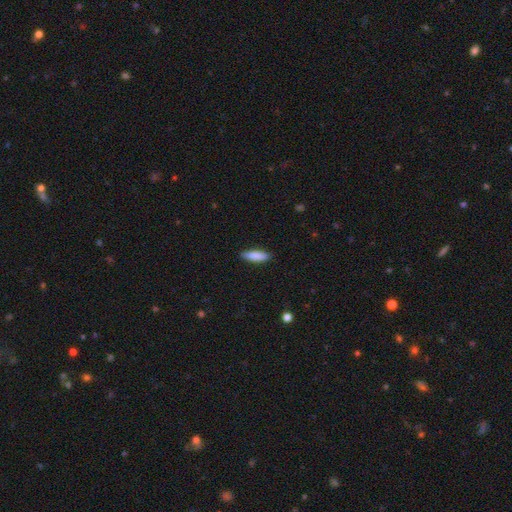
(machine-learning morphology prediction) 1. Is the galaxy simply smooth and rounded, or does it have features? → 85% smooth, 9% featured or disk, 6% star or artifact.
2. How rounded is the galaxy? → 58% cigar-shaped, 41% in between, 2% round.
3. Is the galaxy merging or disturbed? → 87% none, 10% minor disturbance, 2% major disturbance, 1% merger.